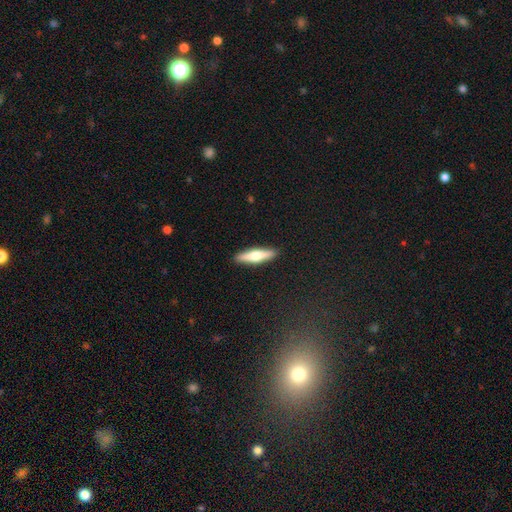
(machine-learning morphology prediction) smooth_or_featured: smooth (p=0.51) [alt: featured or disk p=0.43]
how_rounded: cigar-shaped (p=0.79) [alt: in between p=0.19]
merging: none (p=0.91) [alt: minor disturbance p=0.06]